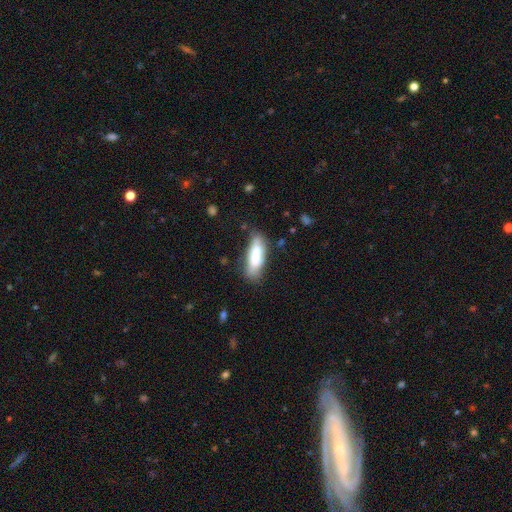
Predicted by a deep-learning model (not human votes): Smooth or featured?
  - smooth: 70% *
  - featured or disk: 23%
  - star or artifact: 7%
How rounded?
  - in between: 55% *
  - cigar-shaped: 44%
  - round: 2%
Merging?
  - none: 59% *
  - minor disturbance: 25%
  - major disturbance: 9%
  - merger: 7%